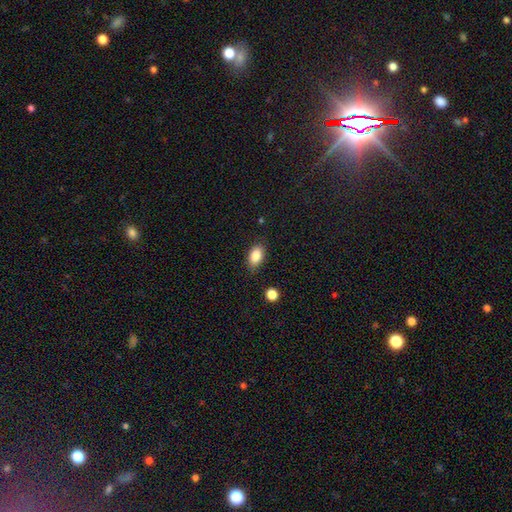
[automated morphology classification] smooth_or_featured: smooth (p=0.86) [alt: star or artifact p=0.08]
how_rounded: in between (p=0.90) [alt: round p=0.07]
merging: none (p=0.83) [alt: minor disturbance p=0.13]